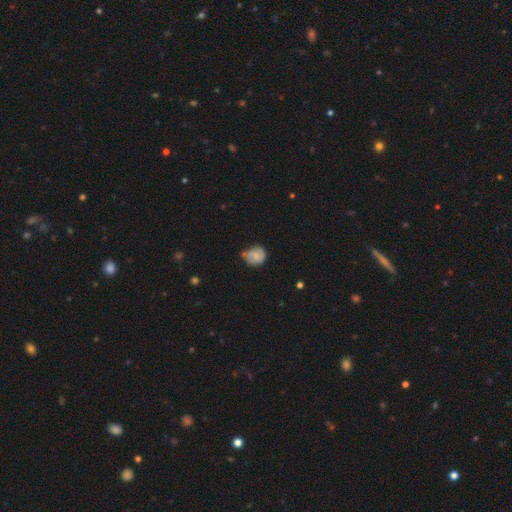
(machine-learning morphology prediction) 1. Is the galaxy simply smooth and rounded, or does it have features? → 67% smooth, 25% featured or disk, 8% star or artifact.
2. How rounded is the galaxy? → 75% round, 24% in between, 1% cigar-shaped.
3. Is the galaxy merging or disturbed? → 52% none, 33% minor disturbance, 8% major disturbance, 7% merger.